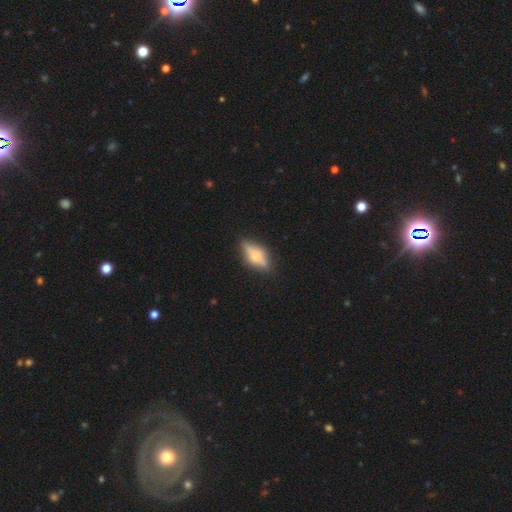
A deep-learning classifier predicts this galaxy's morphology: This appears to be a featured or disk galaxy (54%) viewed edge-on (88%). Merging: none (79%).